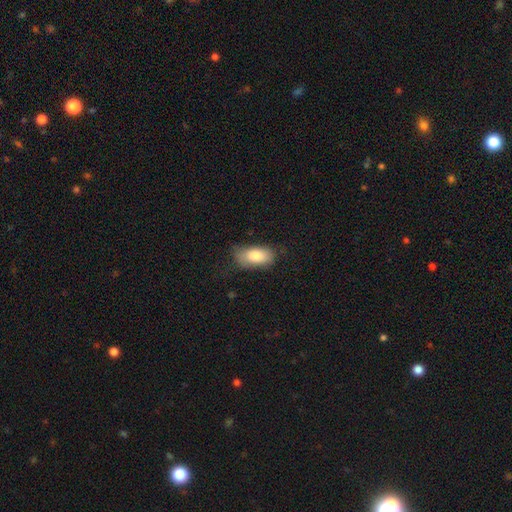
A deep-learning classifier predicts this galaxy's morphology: This appears to be a smooth galaxy with no disk features (79%) that is in between round and cigar-shaped (91%). Merging: none (64%).